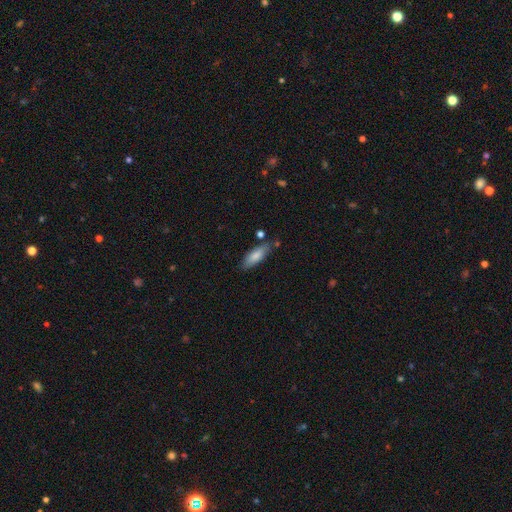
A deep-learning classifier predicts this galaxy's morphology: Q: Smooth or featured?
A: smooth (80%); runner-up: featured or disk (14%)
Q: How rounded?
A: in between (58%); runner-up: cigar-shaped (40%)
Q: Merging?
A: none (74%); runner-up: minor disturbance (17%)